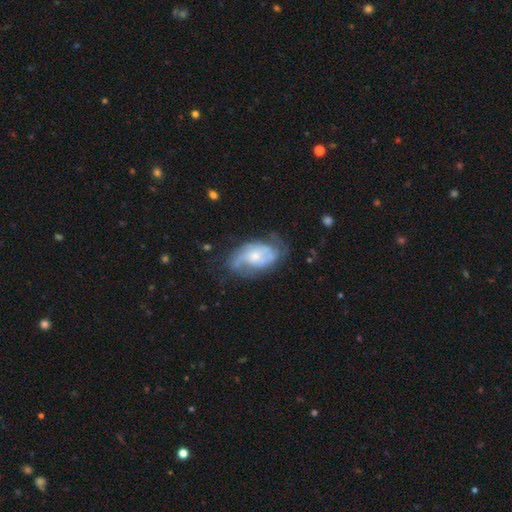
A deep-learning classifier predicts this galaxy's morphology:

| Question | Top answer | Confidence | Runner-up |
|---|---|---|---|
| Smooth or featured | featured or disk | 71% | smooth (22%) |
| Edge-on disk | no | 95% | yes (5%) |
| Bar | no | 71% | weak (24%) |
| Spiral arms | yes | 86% | no (14%) |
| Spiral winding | medium | 41% | tight (38%) |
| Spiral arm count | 2 | 52% | can't tell (29%) |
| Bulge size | small | 57% | moderate (35%) |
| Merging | none | 60% | minor disturbance (26%) |